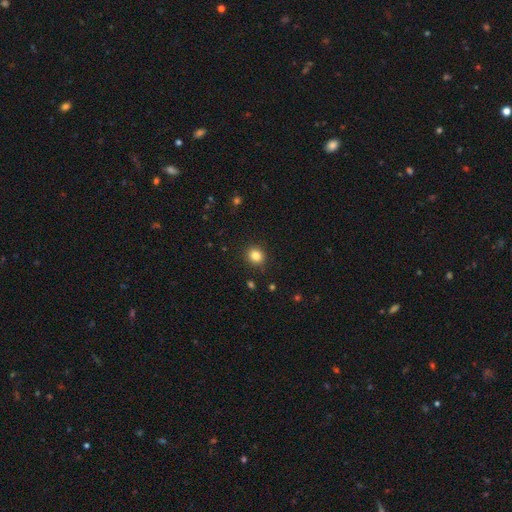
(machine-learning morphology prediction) A smooth galaxy with no disk features (83%) that is round (82%). Merging: none (90%).